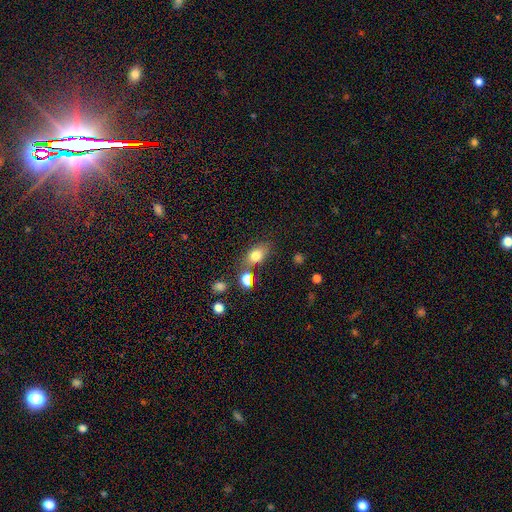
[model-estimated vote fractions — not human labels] smooth 79%, star or artifact 11%, featured or disk 10%. Down the decision tree: how rounded — in between (75%); merging — none (63%).